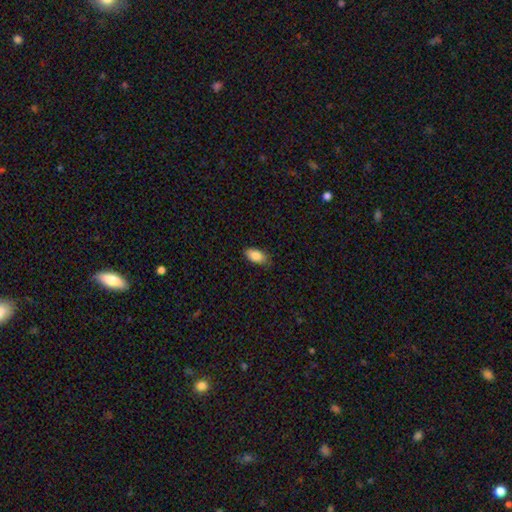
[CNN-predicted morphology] Smooth or featured? smooth (87%)
How rounded? in between (92%)
Merging? none (80%)